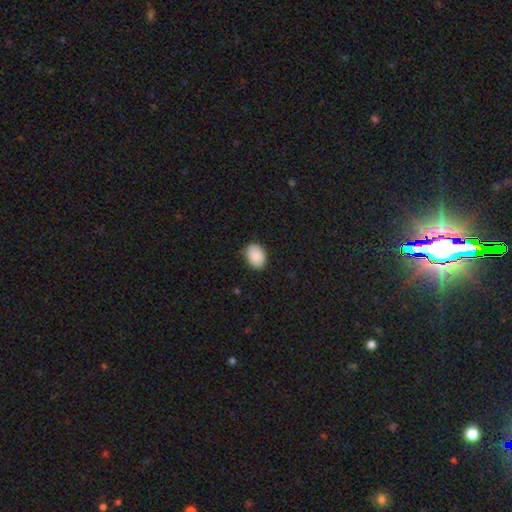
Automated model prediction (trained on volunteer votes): This is clearly a smooth galaxy (90%). How rounded: likely in between (78%). Merging: clearly none (84%).